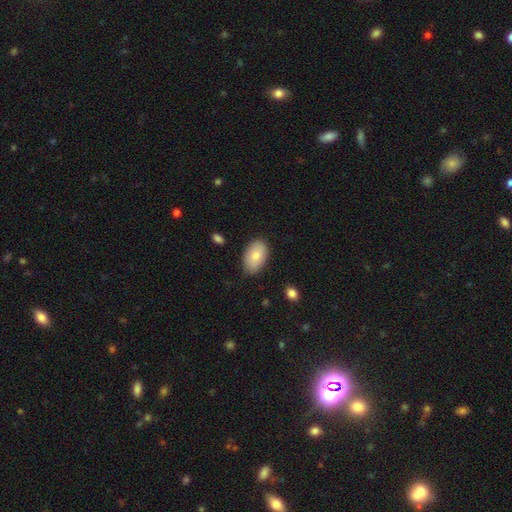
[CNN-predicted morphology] Smooth or featured? smooth (80%)
How rounded? in between (93%)
Merging? none (85%)